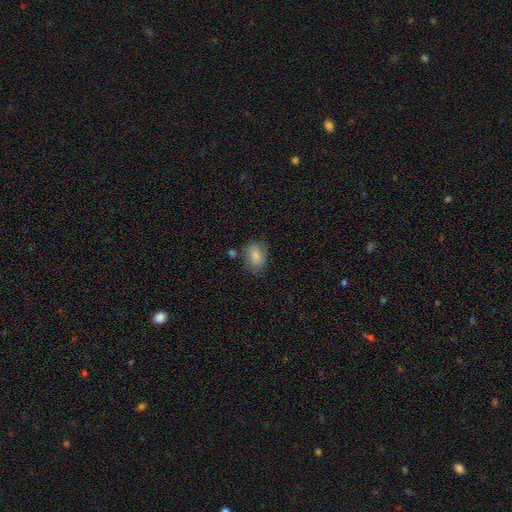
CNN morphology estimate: The model was most divided on "merging": none: 66%, minor disturbance: 22%, major disturbance: 7%, merger: 5%. More confident: smooth or featured — smooth (78%); how rounded — in between (78%).